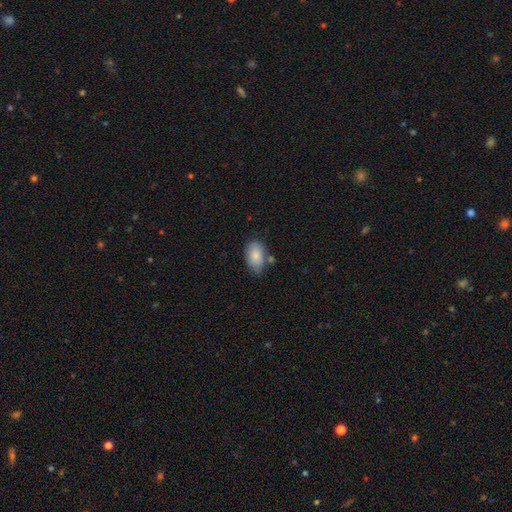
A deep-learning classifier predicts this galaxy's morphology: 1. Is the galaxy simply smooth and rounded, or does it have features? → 84% smooth, 10% featured or disk, 7% star or artifact.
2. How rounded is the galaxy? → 91% in between, 7% round, 1% cigar-shaped.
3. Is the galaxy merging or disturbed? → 66% none, 22% minor disturbance, 8% merger, 4% major disturbance.